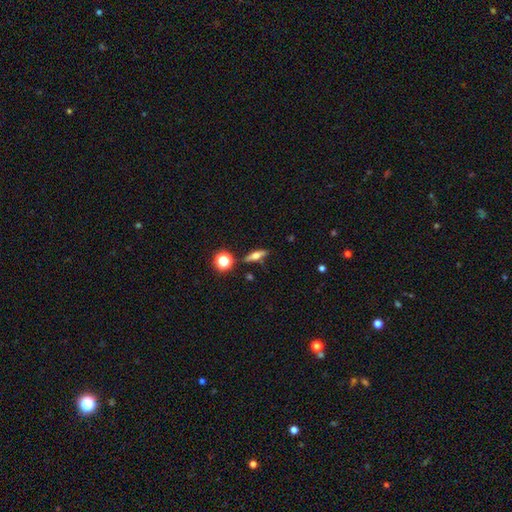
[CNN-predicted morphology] A featured or disk galaxy (48%). Merging: none (83%).